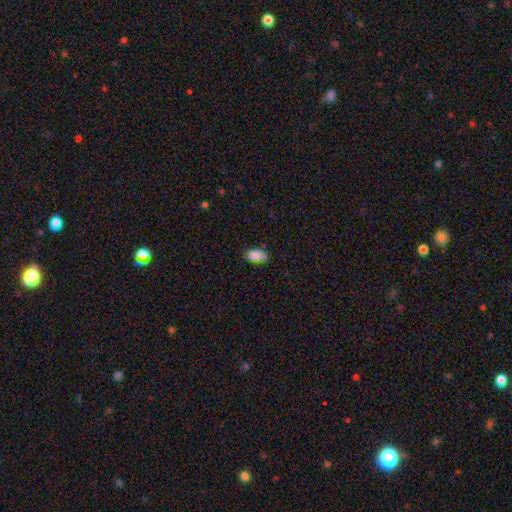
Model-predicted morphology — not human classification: A smooth galaxy with no disk features (86%) that is in between round and cigar-shaped (93%).

Vote fractions:
- Smooth or featured? smooth: 86% / star or artifact: 8% / featured or disk: 6%
- How rounded? in between: 93% / round: 4% / cigar-shaped: 3%
- Merging? none: 66% / minor disturbance: 26% / major disturbance: 5% / merger: 2%